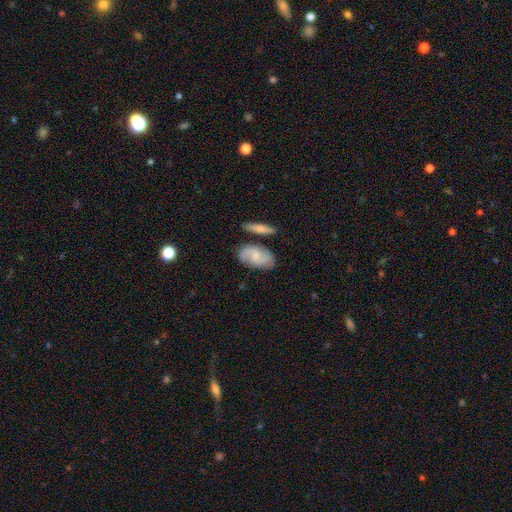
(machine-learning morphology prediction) smooth_or_featured: featured or disk (p=0.53) [alt: smooth p=0.41]
disk_edge_on: no (p=0.94) [alt: yes p=0.06]
merging: none (p=0.69) [alt: minor disturbance p=0.17]